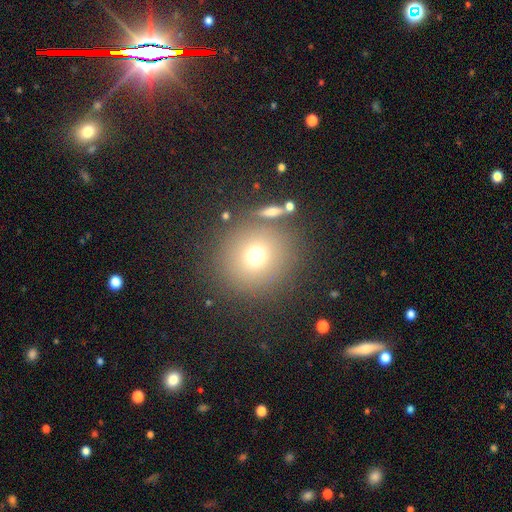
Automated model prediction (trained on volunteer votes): smooth 70%, star or artifact 17%, featured or disk 13%. Down the decision tree: how rounded — round (92%); merging — none (78%).